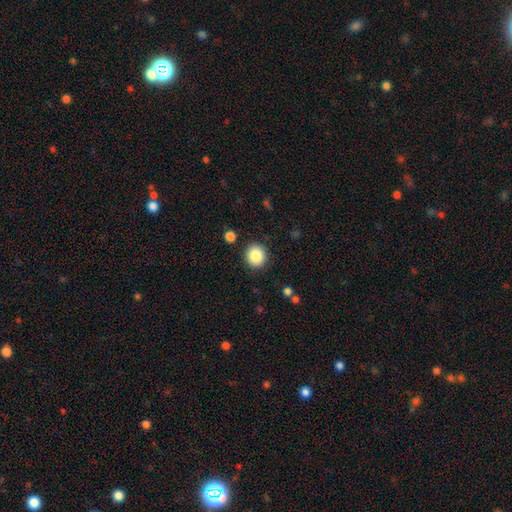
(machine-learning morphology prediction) Q: Smooth or featured?
A: smooth (86%); runner-up: star or artifact (9%)
Q: How rounded?
A: round (87%); runner-up: in between (12%)
Q: Merging?
A: none (89%); runner-up: minor disturbance (7%)